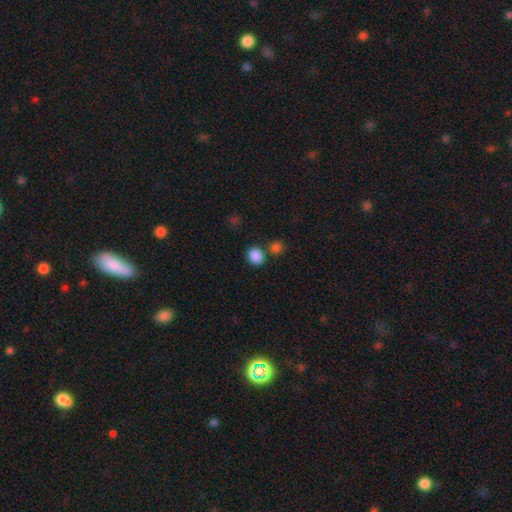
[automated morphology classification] This is clearly a smooth galaxy (87%). How rounded: likely round (77%). Merging: likely none (73%).